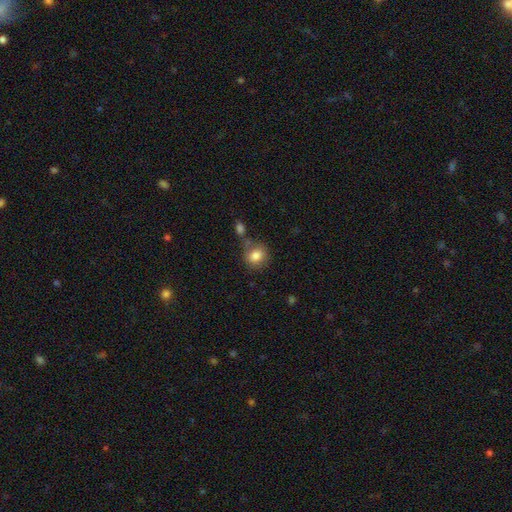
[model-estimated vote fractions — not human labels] A smooth galaxy with no disk features (82%) that is round (71%). Merging: none (64%).